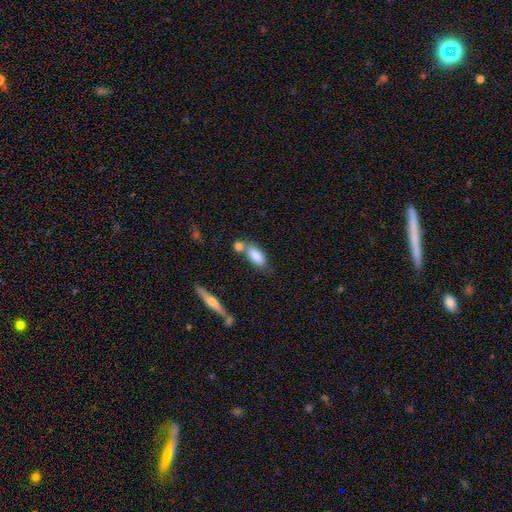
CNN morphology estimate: A smooth galaxy with no disk features (81%) that is in between round and cigar-shaped (81%).

Vote fractions:
- Smooth or featured? smooth: 81% / featured or disk: 12% / star or artifact: 7%
- How rounded? in between: 81% / cigar-shaped: 15% / round: 3%
- Merging? none: 45% / merger: 35% / minor disturbance: 15% / major disturbance: 5%